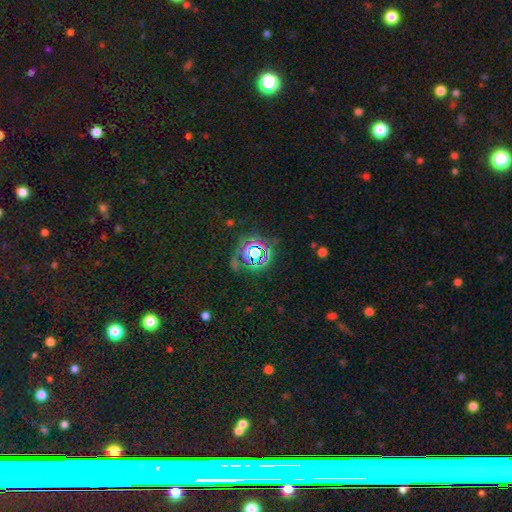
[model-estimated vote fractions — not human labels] smooth_or_featured: star or artifact (p=0.72) [alt: smooth p=0.19]